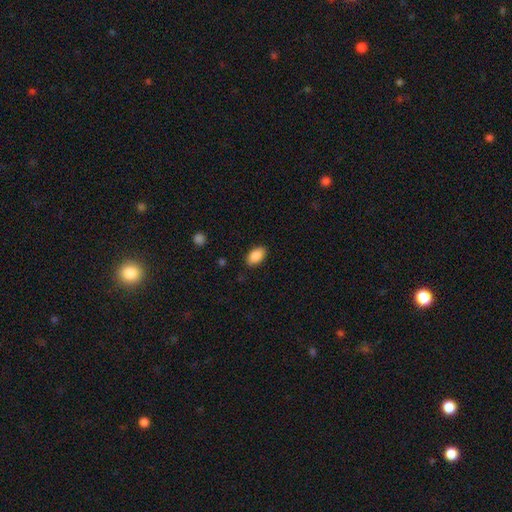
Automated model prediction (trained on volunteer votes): smooth_or_featured: smooth (p=0.89) [alt: star or artifact p=0.07]
how_rounded: in between (p=0.93) [alt: round p=0.05]
merging: none (p=0.87) [alt: minor disturbance p=0.10]